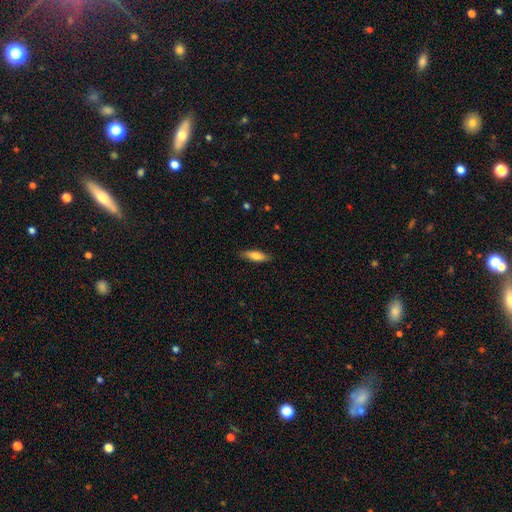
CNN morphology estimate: smooth 74%, featured or disk 20%, star or artifact 6%. Down the decision tree: how rounded — cigar-shaped (54%); merging — none (85%).